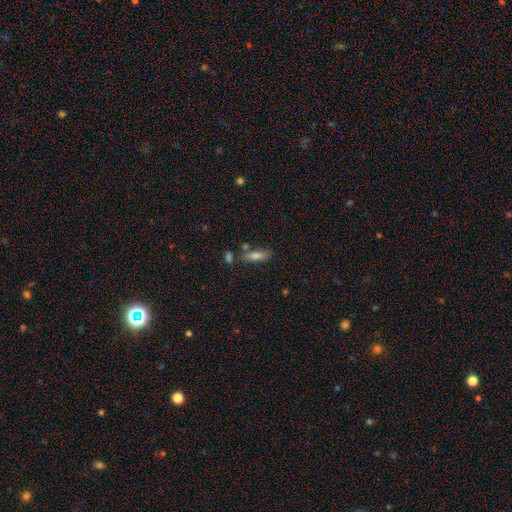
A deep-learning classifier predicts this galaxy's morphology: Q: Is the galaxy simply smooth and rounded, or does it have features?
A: smooth — 65%.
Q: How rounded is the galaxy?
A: cigar-shaped — 55%.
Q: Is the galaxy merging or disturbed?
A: none — 69%.